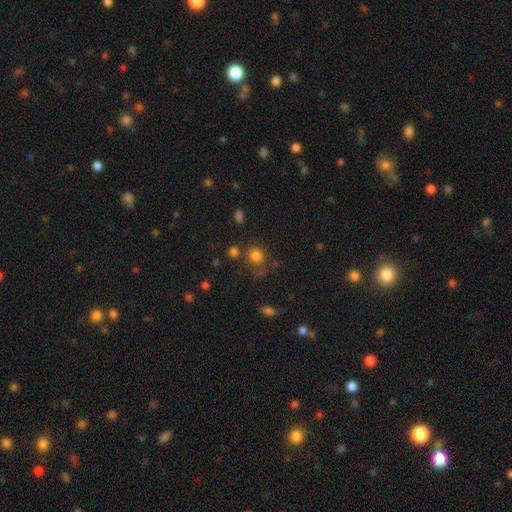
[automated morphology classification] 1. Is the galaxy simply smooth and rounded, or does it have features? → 78% smooth, 15% star or artifact, 7% featured or disk.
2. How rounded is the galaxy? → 83% round, 16% in between, 1% cigar-shaped.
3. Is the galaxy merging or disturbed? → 68% none, 13% minor disturbance, 12% merger, 7% major disturbance.